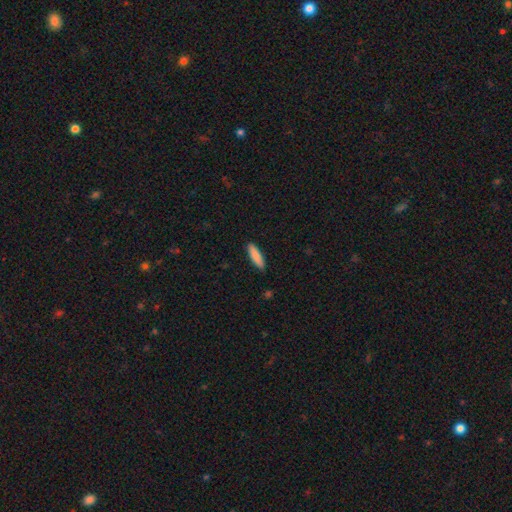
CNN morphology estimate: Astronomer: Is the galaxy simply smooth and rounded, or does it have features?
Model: smooth — 87%.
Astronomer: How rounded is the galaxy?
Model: cigar-shaped — 64%.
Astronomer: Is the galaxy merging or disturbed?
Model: none — 90%.